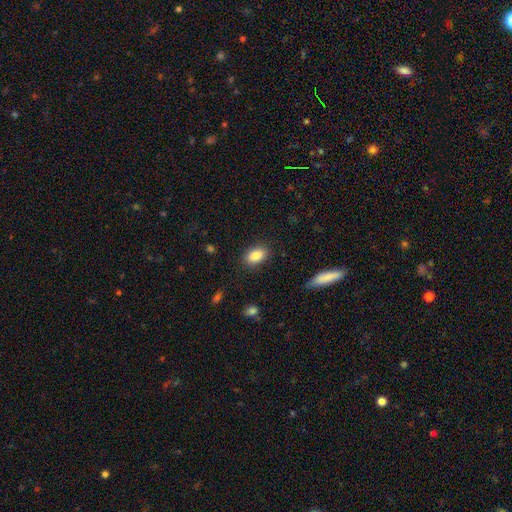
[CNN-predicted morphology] Q: Smooth or featured?
A: smooth (86%); runner-up: star or artifact (8%)
Q: How rounded?
A: in between (89%); runner-up: round (9%)
Q: Merging?
A: none (85%); runner-up: minor disturbance (11%)